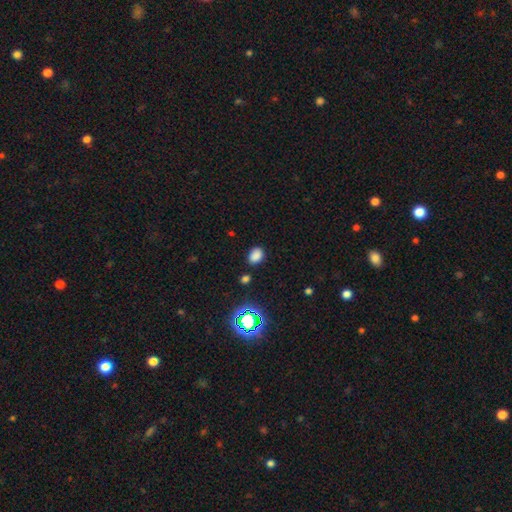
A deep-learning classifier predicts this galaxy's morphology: The model was most divided on "how rounded": in between: 67%, round: 32%, cigar-shaped: 1%. More confident: merging — none (83%); smooth or featured — smooth (78%).